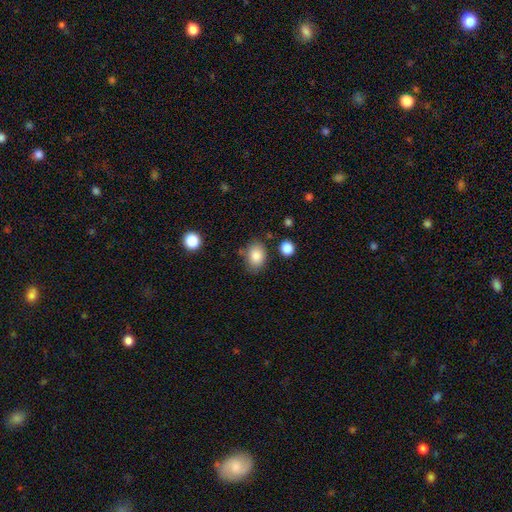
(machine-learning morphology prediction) smooth 86%, star or artifact 8%, featured or disk 6%. Down the decision tree: how rounded — in between (70%); merging — none (74%).